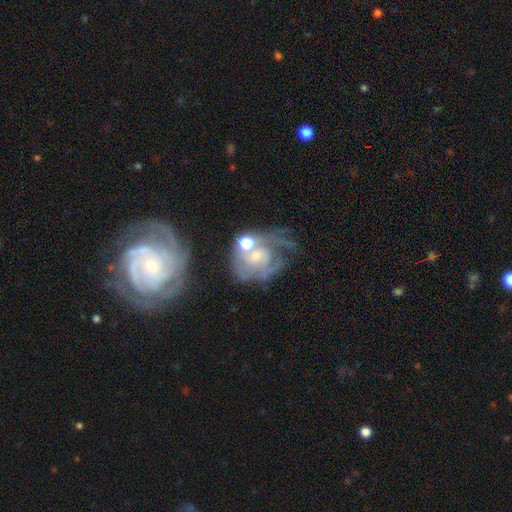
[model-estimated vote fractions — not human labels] The model was most divided on "merging": merger: 32%, none: 31%, major disturbance: 21%, minor disturbance: 17%. Remaining: edge-on disk — no (97%); spiral arms — yes (82%); smooth or featured — featured or disk (73%); bar — no (68%); bulge size — small (55%); spiral winding — tight (52%); spiral arm count — can't tell (44%).